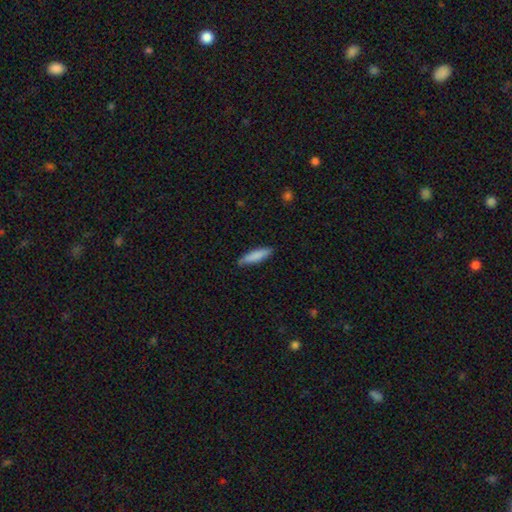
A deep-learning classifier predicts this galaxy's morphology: Smooth or featured? Predicted: smooth (p=0.83). How rounded? Predicted: cigar-shaped (p=0.77). Merging? Predicted: none (p=0.84).